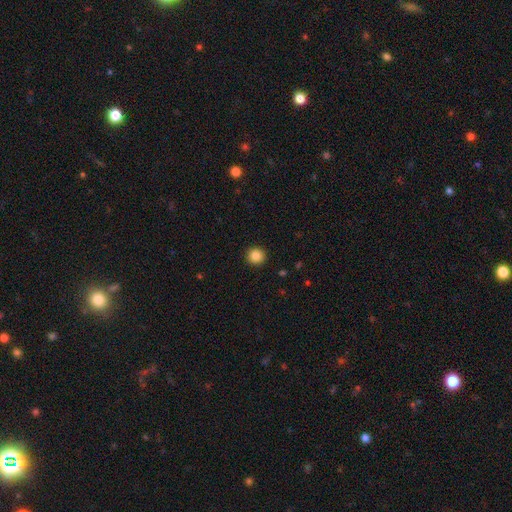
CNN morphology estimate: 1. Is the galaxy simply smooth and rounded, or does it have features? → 86% smooth, 10% star or artifact, 4% featured or disk.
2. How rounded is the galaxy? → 94% round, 5% in between, 1% cigar-shaped.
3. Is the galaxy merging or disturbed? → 93% none, 4% minor disturbance, 2% major disturbance, 1% merger.